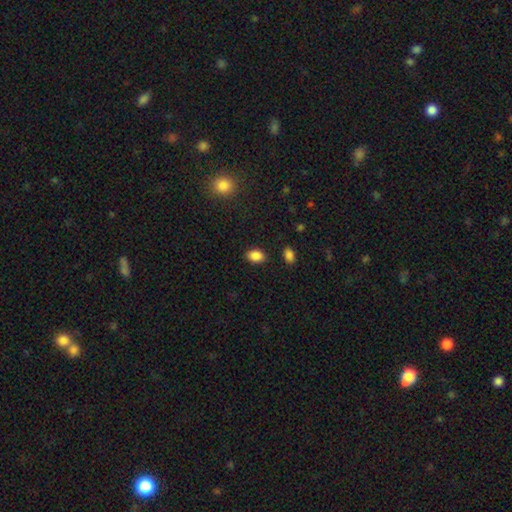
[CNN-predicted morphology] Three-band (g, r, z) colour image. It shows a smooth galaxy with no disk features (87%) that is in between round and cigar-shaped (82%). Merging: none (86%).